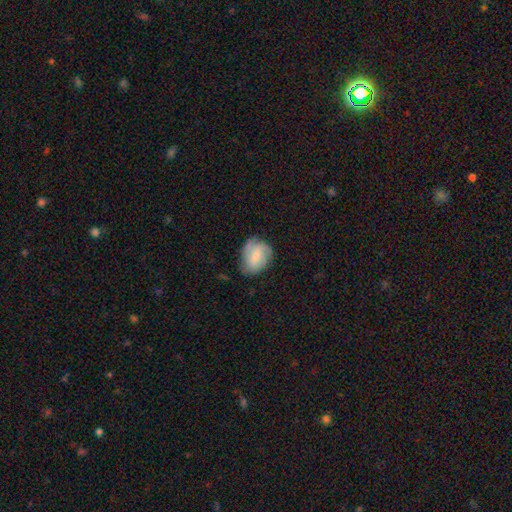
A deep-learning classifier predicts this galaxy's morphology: Smooth or featured?
  - smooth: 47% *
  - featured or disk: 46%
  - star or artifact: 7%
Merging?
  - none: 62% *
  - minor disturbance: 28%
  - major disturbance: 9%
  - merger: 1%